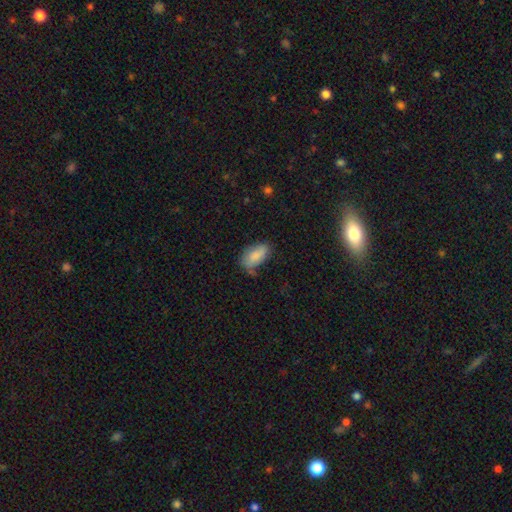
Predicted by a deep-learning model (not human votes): Smooth or featured? Predicted: smooth (p=0.83). How rounded? Predicted: in between (p=0.92). Merging? Predicted: none (p=0.54).